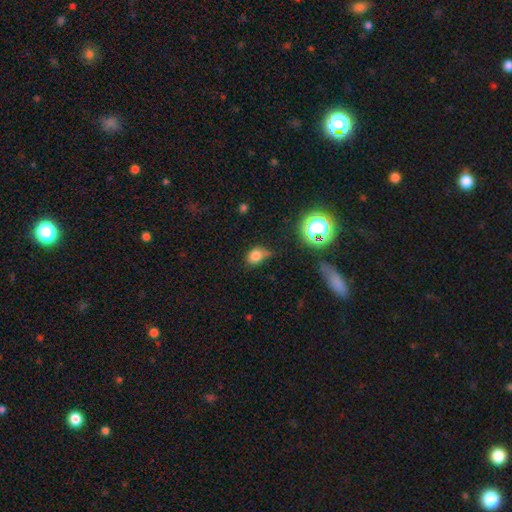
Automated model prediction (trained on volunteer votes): Smooth or featured? smooth (77%)
How rounded? in between (54%)
Merging? none (46%)